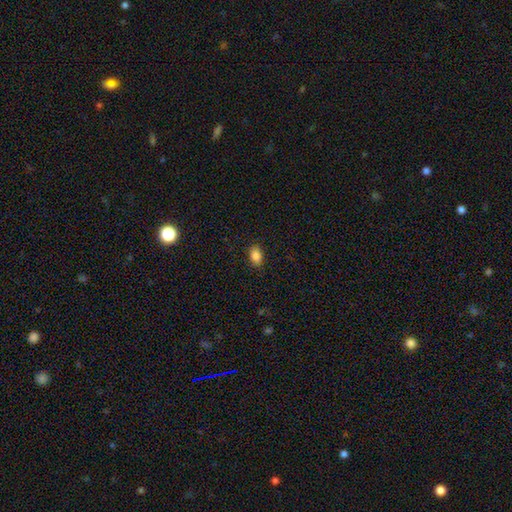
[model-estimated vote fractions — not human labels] smooth-or-featured: smooth: 87% | star or artifact: 9% | featured or disk: 4%
  how-rounded: in between: 86% | round: 12% | cigar-shaped: 2%
  merging: none: 88% | minor disturbance: 9% | major disturbance: 2% | merger: 1%